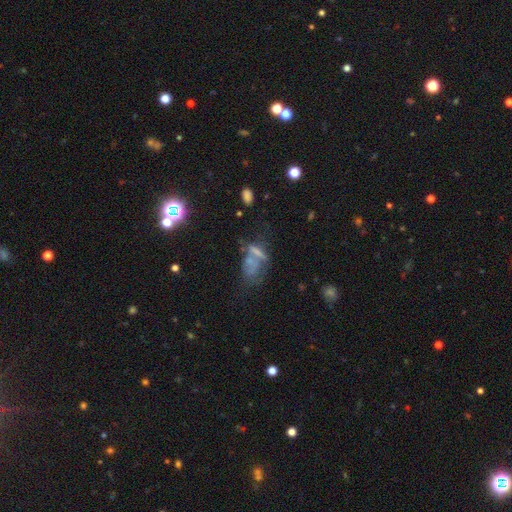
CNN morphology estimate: This appears to be a featured or disk galaxy (35%). Merging: merger (29%).